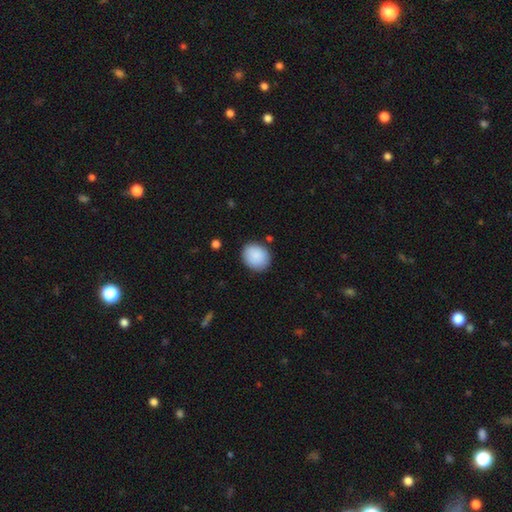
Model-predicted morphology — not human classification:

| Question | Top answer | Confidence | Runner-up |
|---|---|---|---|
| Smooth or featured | smooth | 89% | star or artifact (7%) |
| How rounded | round | 63% | in between (36%) |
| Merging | none | 85% | minor disturbance (11%) |